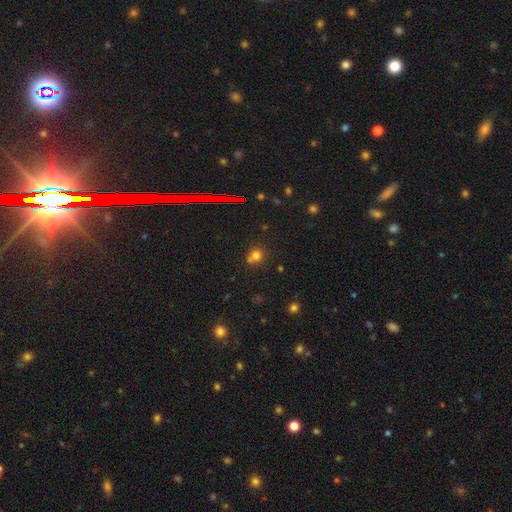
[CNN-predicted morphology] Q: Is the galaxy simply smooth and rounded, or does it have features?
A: smooth — 71%.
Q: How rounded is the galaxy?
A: round — 82%.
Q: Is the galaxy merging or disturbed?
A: none — 54%.